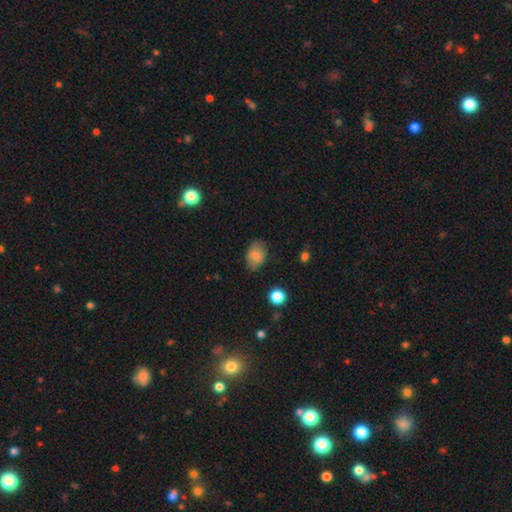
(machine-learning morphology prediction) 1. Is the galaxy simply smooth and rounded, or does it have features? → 80% smooth, 12% featured or disk, 9% star or artifact.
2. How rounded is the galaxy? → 77% in between, 22% round, 1% cigar-shaped.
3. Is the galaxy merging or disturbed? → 74% none, 20% minor disturbance, 4% major disturbance, 1% merger.